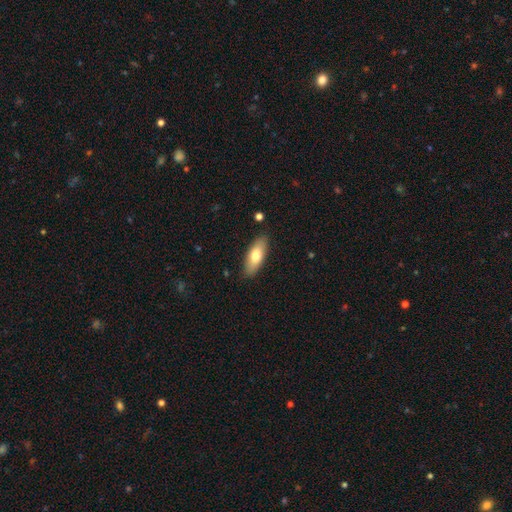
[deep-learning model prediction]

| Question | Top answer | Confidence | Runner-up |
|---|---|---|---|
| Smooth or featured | smooth | 73% | featured or disk (21%) |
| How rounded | in between | 74% | cigar-shaped (23%) |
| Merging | none | 87% | minor disturbance (10%) |